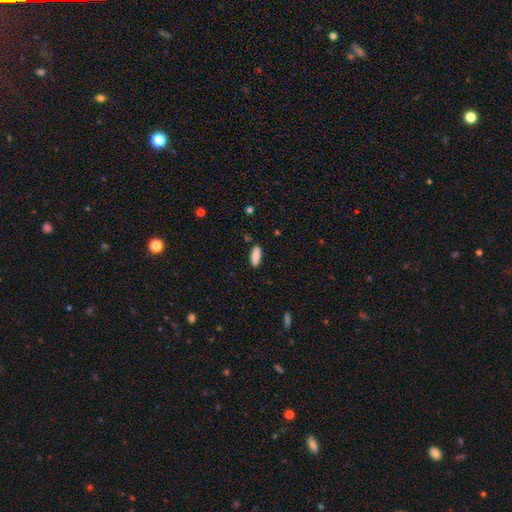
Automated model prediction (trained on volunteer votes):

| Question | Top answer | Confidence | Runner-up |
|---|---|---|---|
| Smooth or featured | smooth | 86% | featured or disk (7%) |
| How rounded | in between | 71% | cigar-shaped (27%) |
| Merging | none | 83% | minor disturbance (12%) |